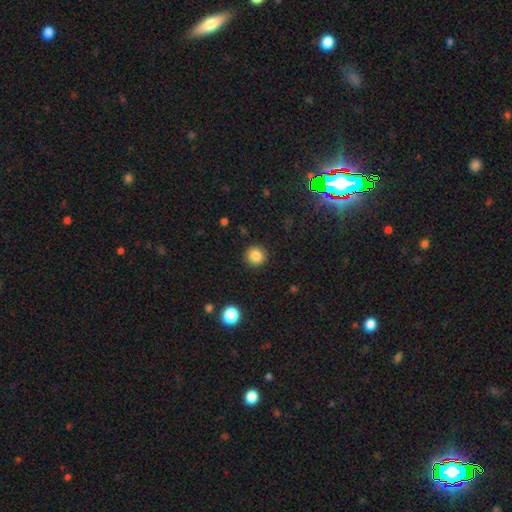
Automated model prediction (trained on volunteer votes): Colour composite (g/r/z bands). It shows a smooth galaxy with no disk features (84%) that is round (93%). Merging: none (91%).